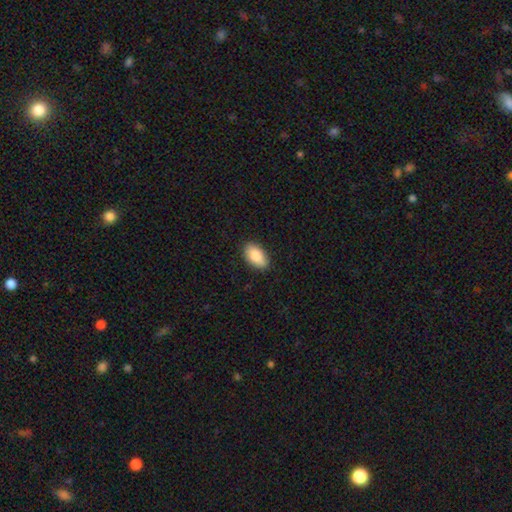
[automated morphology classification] Overall: smooth (88%). How rounded: in between (94%). Merging: none (86%).